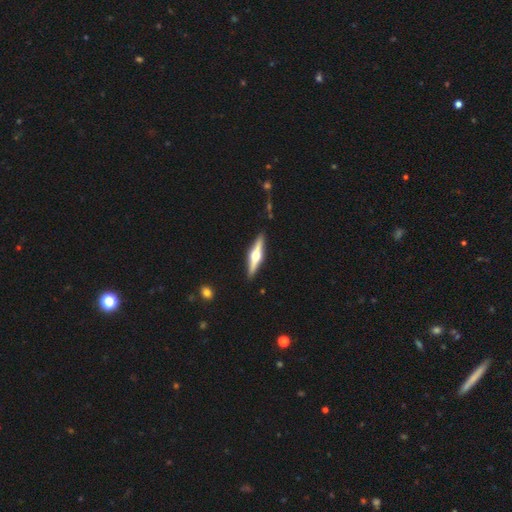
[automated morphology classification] smooth_or_featured: featured or disk (p=0.76) [alt: smooth p=0.19]
disk_edge_on: yes (p=0.98) [alt: no p=0.02]
edge_on_bulge: rounded (p=0.95) [alt: boxy p=0.03]
merging: none (p=0.90) [alt: minor disturbance p=0.07]